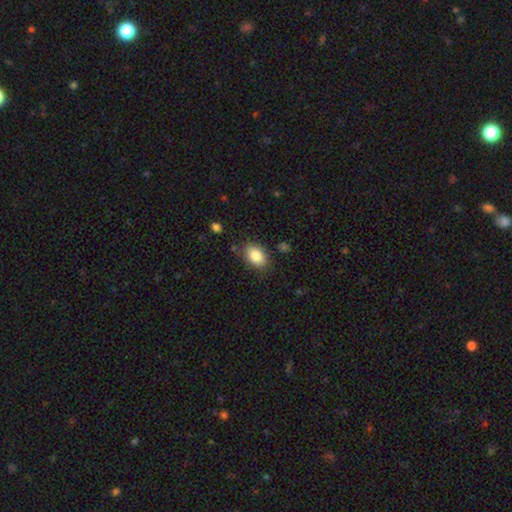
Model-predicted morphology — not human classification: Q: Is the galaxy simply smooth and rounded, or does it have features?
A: smooth — 86%.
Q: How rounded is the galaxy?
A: in between — 84%.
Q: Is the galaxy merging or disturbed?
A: none — 81%.